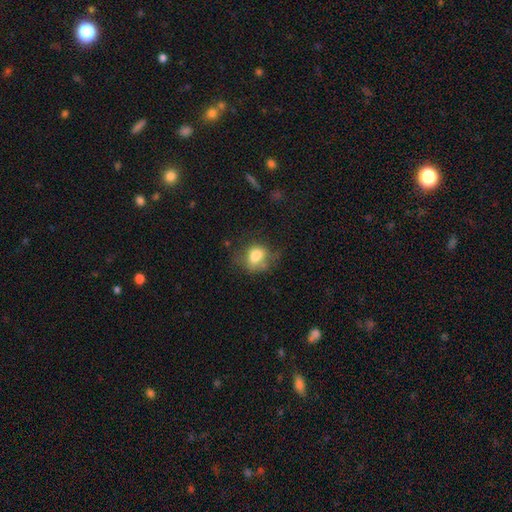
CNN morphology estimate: Smooth or featured? smooth (76%)
How rounded? round (53%)
Merging? none (46%)